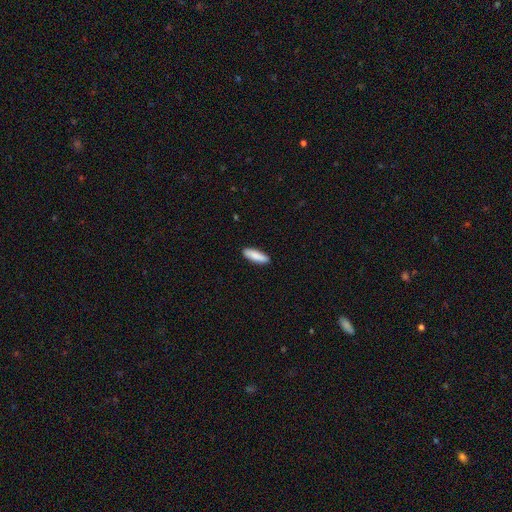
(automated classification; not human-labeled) Q: Smooth or featured?
A: smooth (88%); runner-up: featured or disk (7%)
Q: How rounded?
A: cigar-shaped (52%); runner-up: in between (46%)
Q: Merging?
A: none (89%); runner-up: minor disturbance (8%)